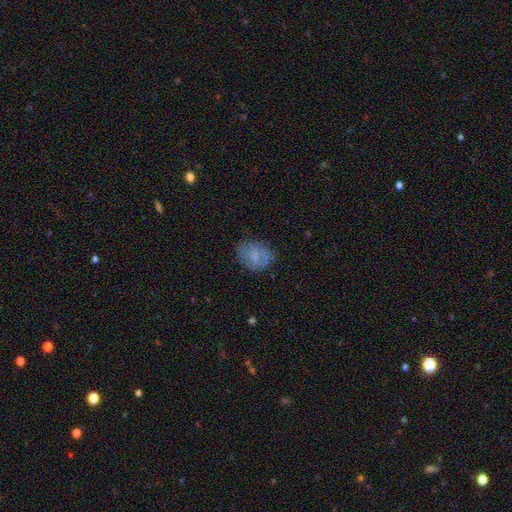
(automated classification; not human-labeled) smooth-or-featured: smooth: 56% | featured or disk: 33% | star or artifact: 11%
  how-rounded: in between: 54% | round: 45% | cigar-shaped: 1%
  merging: none: 65% | minor disturbance: 22% | major disturbance: 11% | merger: 2%